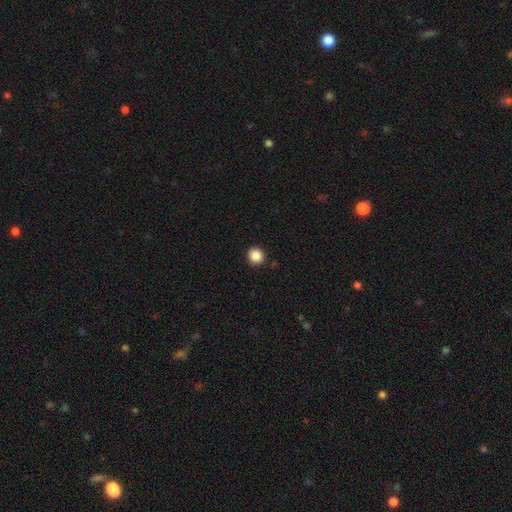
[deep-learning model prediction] A smooth galaxy with no disk features (87%) that is round (94%).

Vote fractions:
- Smooth or featured? smooth: 87% / star or artifact: 10% / featured or disk: 3%
- How rounded? round: 94% / in between: 5% / cigar-shaped: 1%
- Merging? none: 93% / minor disturbance: 5% / major disturbance: 2% / merger: 1%